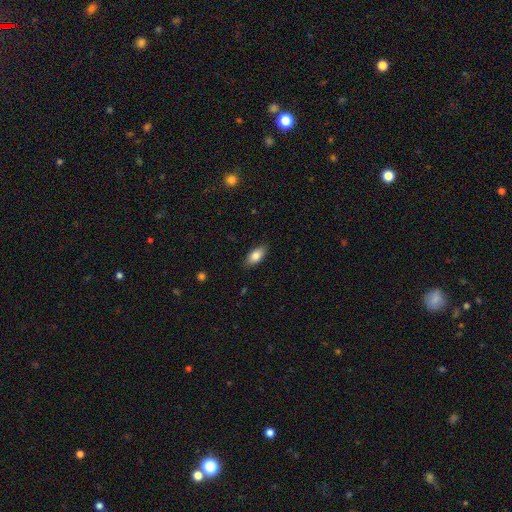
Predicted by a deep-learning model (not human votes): This is clearly a smooth galaxy (82%). How rounded: clearly in between (89%). Merging: clearly none (87%).